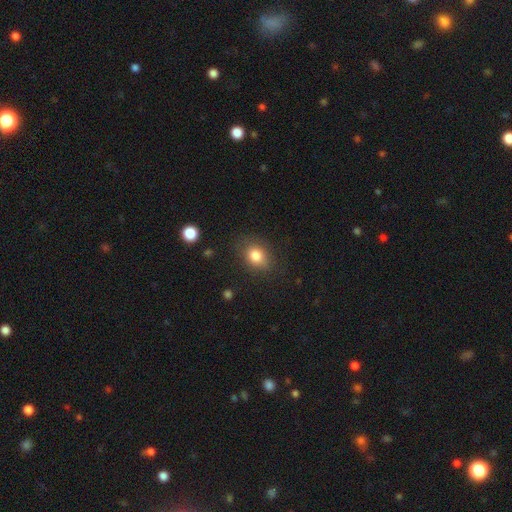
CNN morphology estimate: This is clearly a smooth galaxy (81%). How rounded: possibly in between (59%). Merging: likely none (74%).